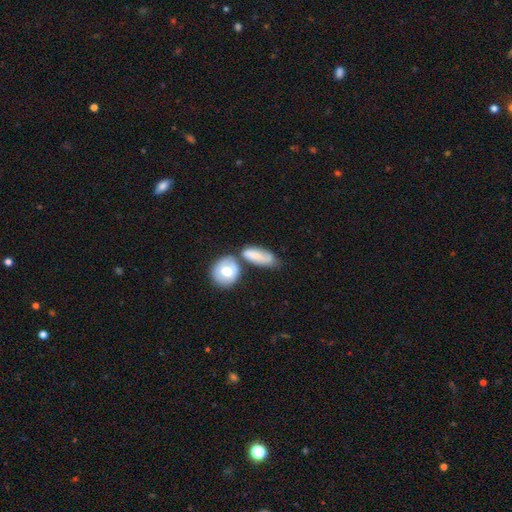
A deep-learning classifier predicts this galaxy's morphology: type=smooth (64%); roundness=in between (73%); merging=none (42%).